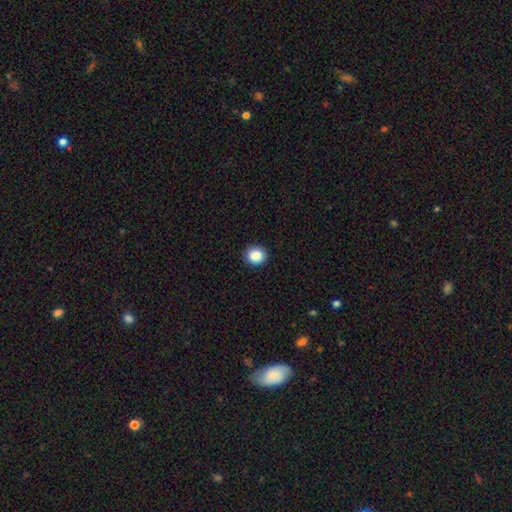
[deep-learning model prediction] smooth 87%, star or artifact 9%, featured or disk 4%. Down the decision tree: how rounded — round (86%); merging — none (91%).